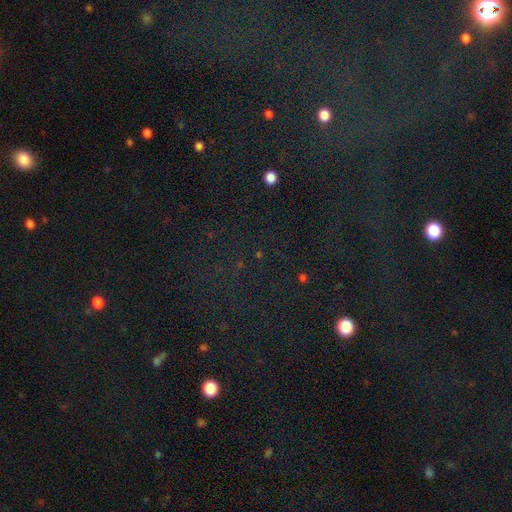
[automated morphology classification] This is likely a star or artifact rather than a galaxy (77%).